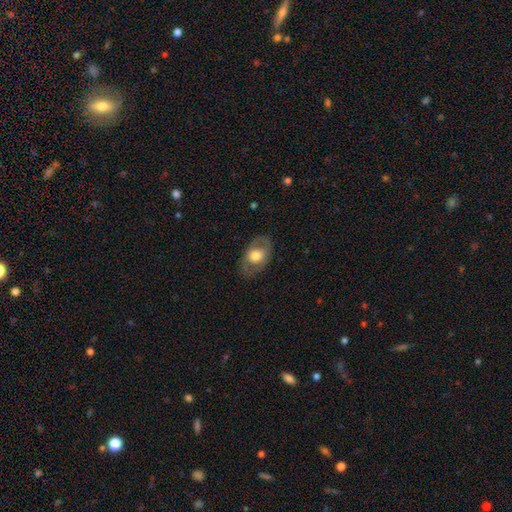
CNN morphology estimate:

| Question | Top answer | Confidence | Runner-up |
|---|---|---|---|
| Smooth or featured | smooth | 53% | featured or disk (40%) |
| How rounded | in between | 77% | round (21%) |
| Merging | none | 78% | minor disturbance (14%) |